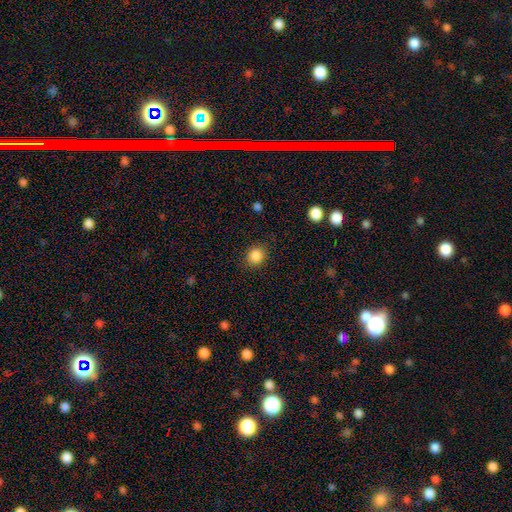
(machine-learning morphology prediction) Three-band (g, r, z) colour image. It shows a smooth galaxy with no disk features (87%) that is round (79%). Merging: none (88%).